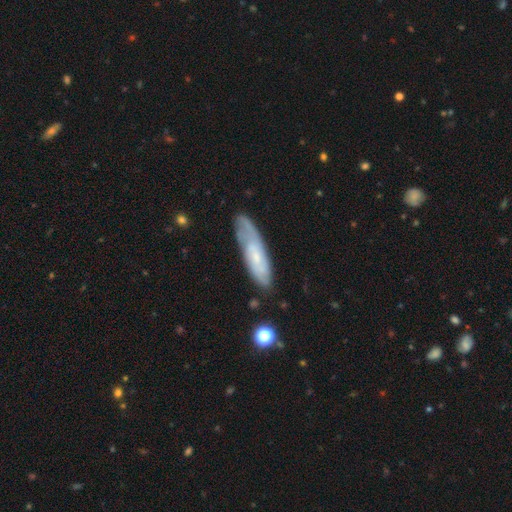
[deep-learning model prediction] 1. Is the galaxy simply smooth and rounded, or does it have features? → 54% featured or disk, 39% smooth, 8% star or artifact.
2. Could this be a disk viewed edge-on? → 70% no, 30% yes.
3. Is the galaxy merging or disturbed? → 73% none, 20% minor disturbance, 5% major disturbance, 2% merger.